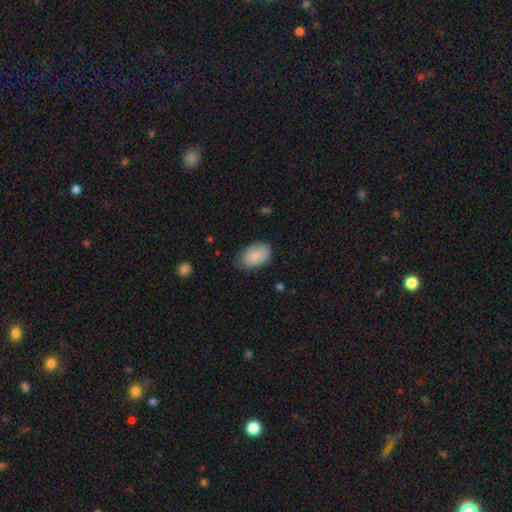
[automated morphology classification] Smooth or featured: smooth — 85% (featured or disk — 8%)
How rounded: in between — 90% (round — 9%)
Merging: none — 74% (minor disturbance — 21%)